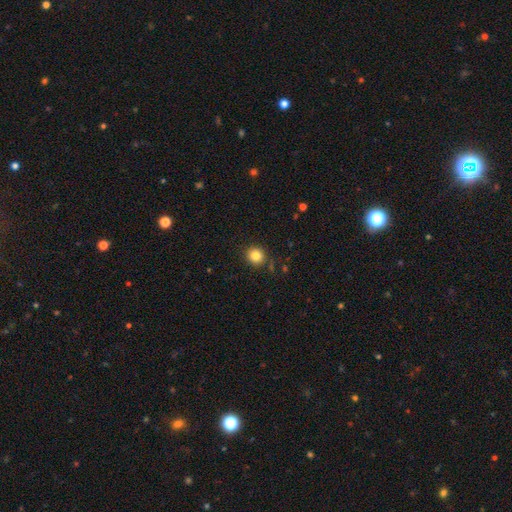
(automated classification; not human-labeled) smooth 84%, star or artifact 11%, featured or disk 5%. Down the decision tree: how rounded — round (87%); merging — none (87%).